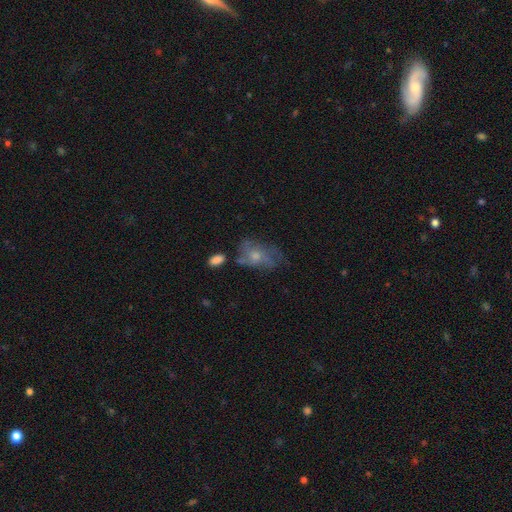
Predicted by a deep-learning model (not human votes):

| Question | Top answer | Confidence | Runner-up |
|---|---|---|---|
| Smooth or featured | featured or disk | 48% | smooth (42%) |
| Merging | none | 42% | minor disturbance (27%) |